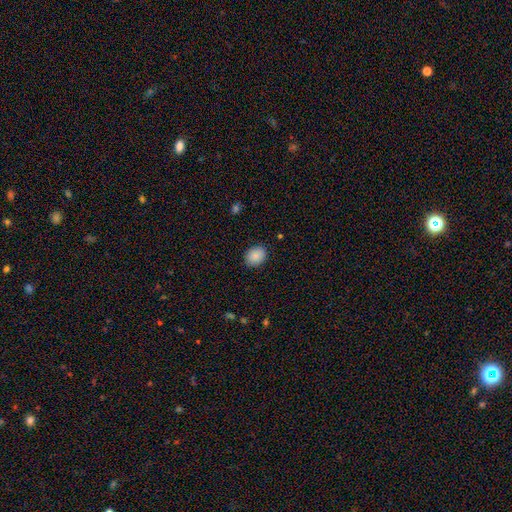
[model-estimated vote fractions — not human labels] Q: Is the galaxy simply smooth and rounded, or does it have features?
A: smooth — 88%.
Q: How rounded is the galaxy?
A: round — 54%.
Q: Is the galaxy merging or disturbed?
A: none — 88%.